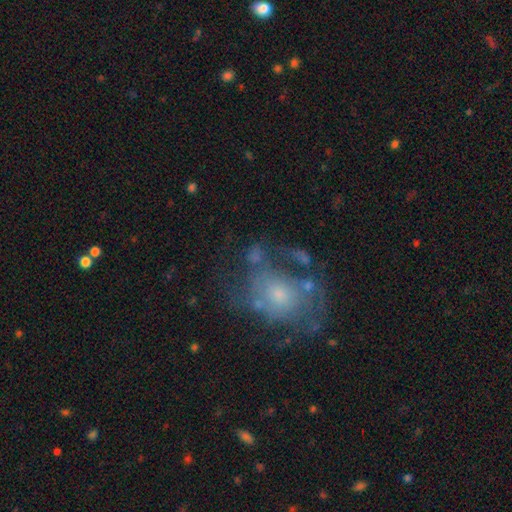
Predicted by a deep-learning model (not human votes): Smooth or featured?
  - featured or disk: 55% *
  - smooth: 33%
  - star or artifact: 12%
Edge-on disk?
  - no: 97% *
  - yes: 3%
Bar?
  - no: 78% *
  - weak: 18%
  - strong: 4%
Spiral arms?
  - yes: 63% *
  - no: 37%
Bulge size?
  - small: 53% *
  - moderate: 33%
  - none: 7%
  - large: 5%
  - dominant: 2%
Merging?
  - none: 41% *
  - major disturbance: 26%
  - minor disturbance: 21%
  - merger: 12%